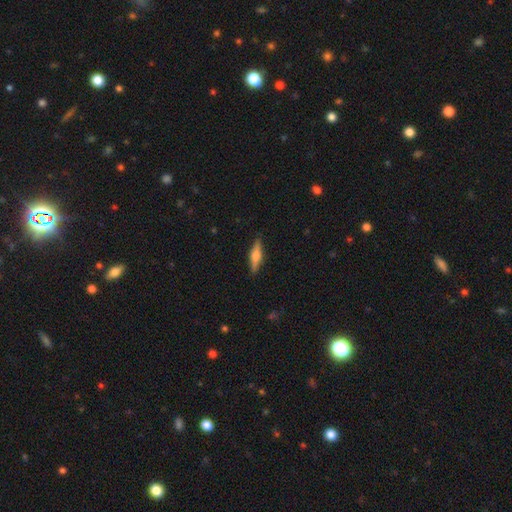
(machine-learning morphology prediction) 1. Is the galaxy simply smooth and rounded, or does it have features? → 49% smooth, 45% featured or disk, 6% star or artifact.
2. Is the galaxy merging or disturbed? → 88% none, 9% minor disturbance, 2% major disturbance, 1% merger.